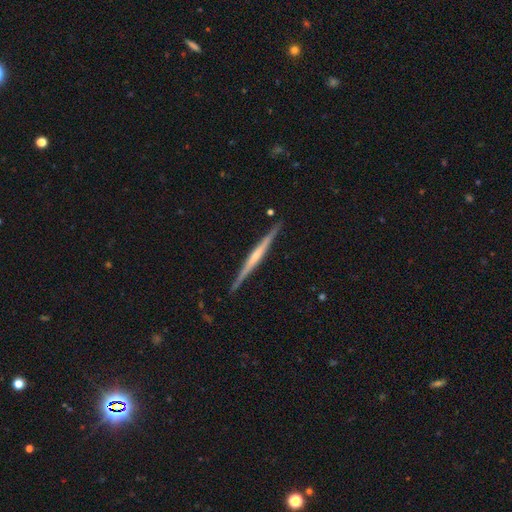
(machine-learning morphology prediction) Smooth or featured? Predicted: featured or disk (p=0.76). Edge-on disk? Predicted: yes (p=0.98). Edge-on bulge? Predicted: rounded (p=0.47). Merging? Predicted: none (p=0.91).